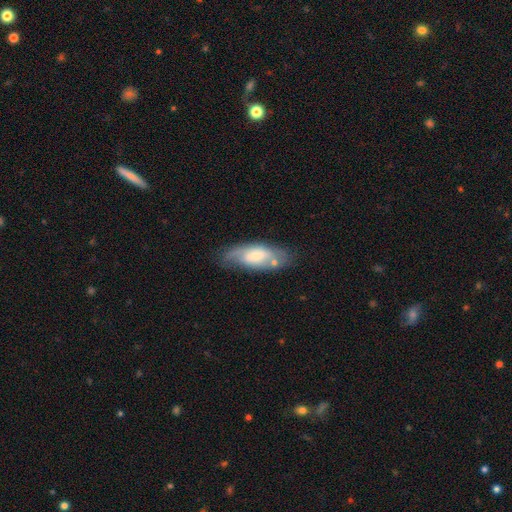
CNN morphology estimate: Overall: featured or disk (49%; smooth 45%). Merging: none (61%; minor disturbance 22%).